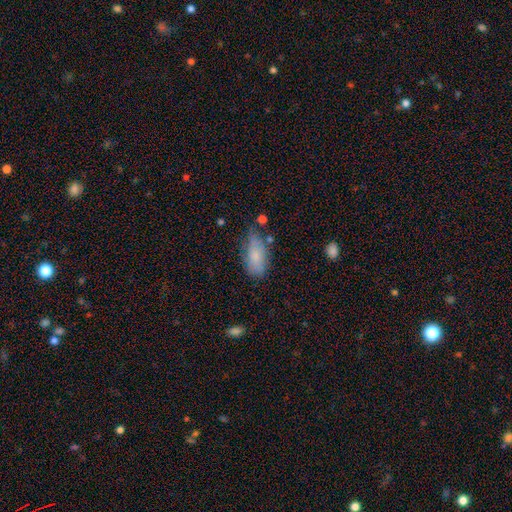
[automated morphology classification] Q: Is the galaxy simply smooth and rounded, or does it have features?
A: smooth — 79%.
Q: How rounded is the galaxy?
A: in between — 90%.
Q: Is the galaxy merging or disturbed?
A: none — 52%.